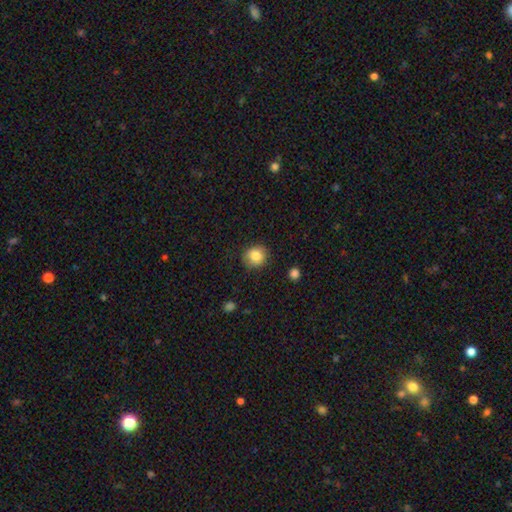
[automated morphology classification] Smooth or featured? smooth (84%)
How rounded? round (85%)
Merging? none (86%)